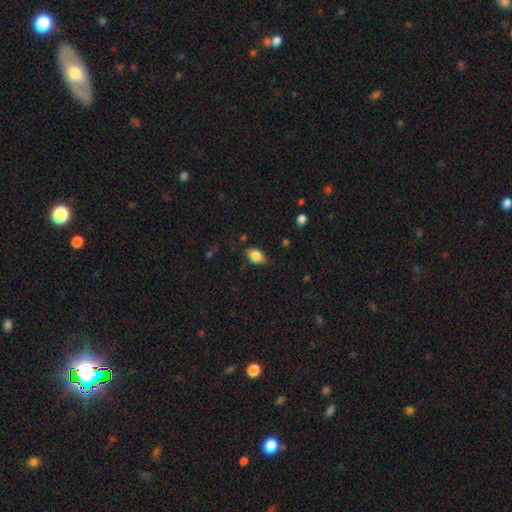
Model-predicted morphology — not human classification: Overall: smooth (85%). How rounded: in between (88%). Merging: none (78%).